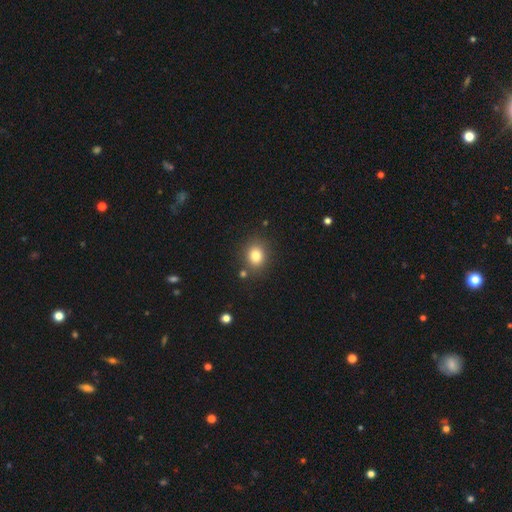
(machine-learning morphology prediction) type=smooth (82%); roundness=round (67%); merging=none (82%).